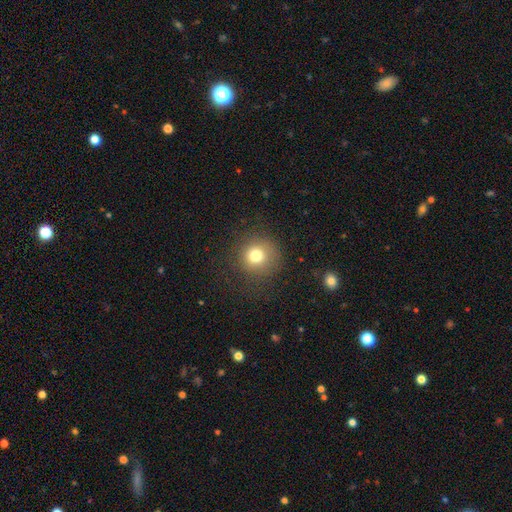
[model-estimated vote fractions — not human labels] A smooth galaxy with no disk features (77%) that is round (93%). Merging: none (82%).